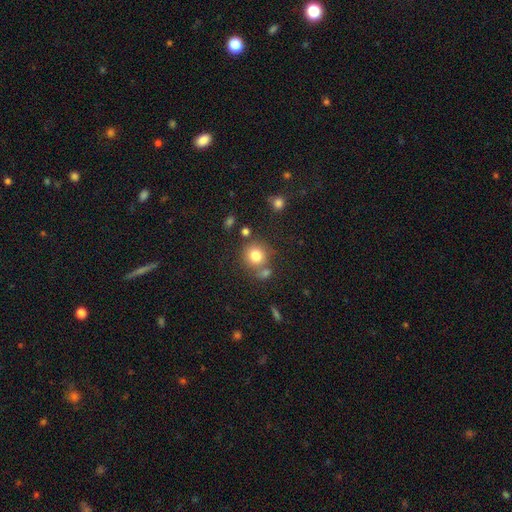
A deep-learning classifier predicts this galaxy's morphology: Overall: smooth (80%). How rounded: round (86%). Merging: none (65%).